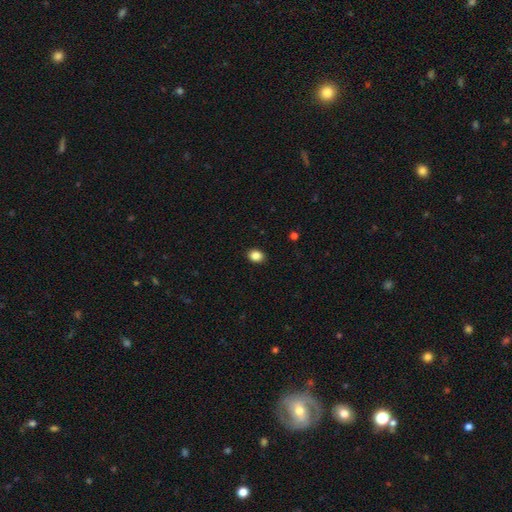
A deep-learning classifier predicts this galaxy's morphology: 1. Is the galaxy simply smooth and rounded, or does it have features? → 87% smooth, 10% star or artifact, 3% featured or disk.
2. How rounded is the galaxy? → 57% in between, 43% round, 1% cigar-shaped.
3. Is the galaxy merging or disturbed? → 90% none, 7% minor disturbance, 2% major disturbance, 1% merger.